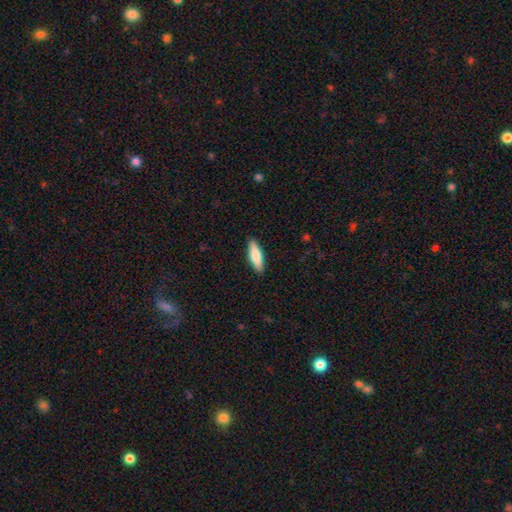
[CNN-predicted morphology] Smooth or featured? Predicted: smooth (p=0.75). How rounded? Predicted: cigar-shaped (p=0.58). Merging? Predicted: none (p=0.89).